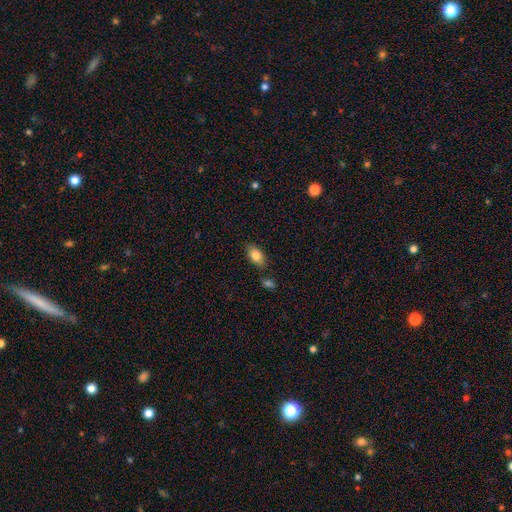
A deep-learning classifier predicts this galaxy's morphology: Q: Smooth or featured?
A: smooth (83%); runner-up: featured or disk (10%)
Q: How rounded?
A: in between (89%); runner-up: round (8%)
Q: Merging?
A: none (78%); runner-up: minor disturbance (13%)